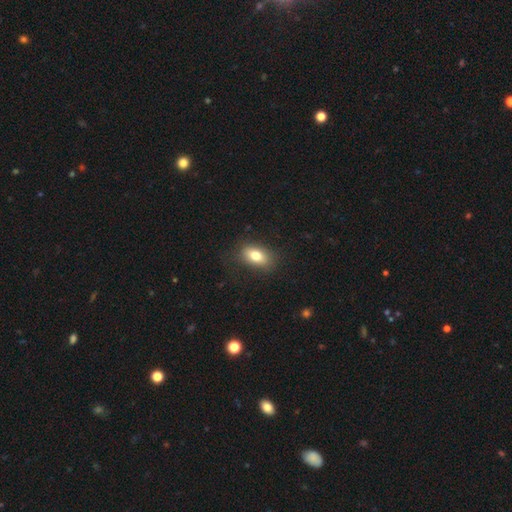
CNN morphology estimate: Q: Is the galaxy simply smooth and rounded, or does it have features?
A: smooth — 78%.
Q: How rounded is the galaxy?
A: in between — 84%.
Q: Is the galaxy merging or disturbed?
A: none — 81%.